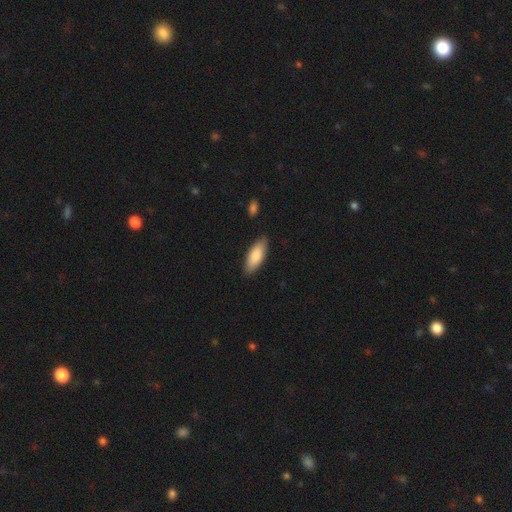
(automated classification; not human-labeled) smooth-or-featured: smooth: 85% | featured or disk: 10% | star or artifact: 5%
  how-rounded: in between: 73% | cigar-shaped: 26% | round: 2%
  merging: none: 86% | minor disturbance: 10% | major disturbance: 2% | merger: 1%